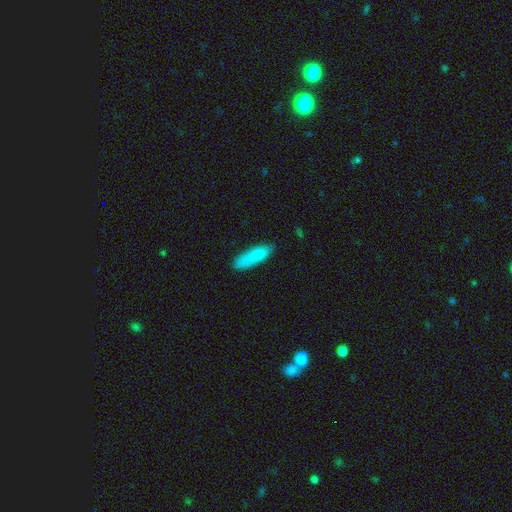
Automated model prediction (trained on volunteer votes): smooth-or-featured: smooth: 83% | featured or disk: 11% | star or artifact: 7%
  how-rounded: in between: 49% (tied) | cigar-shaped: 49% (tied) | round: 2%
  merging: none: 70% | minor disturbance: 22% | major disturbance: 5% | merger: 2%